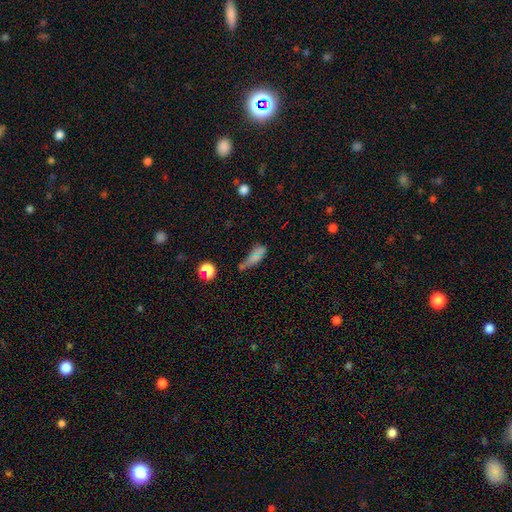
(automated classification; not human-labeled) smooth_or_featured: smooth (p=0.64) [alt: featured or disk p=0.19]
how_rounded: in between (p=0.54) [alt: cigar-shaped p=0.39]
merging: none (p=0.34) [alt: minor disturbance p=0.26]